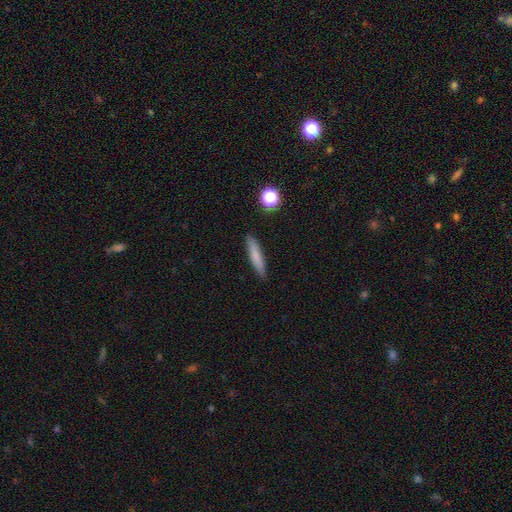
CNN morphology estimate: A smooth galaxy with no disk features (75%) that is cigar-shaped (88%).

Vote fractions:
- Smooth or featured? smooth: 75% / featured or disk: 16% / star or artifact: 8%
- How rounded? cigar-shaped: 88% / in between: 10% / round: 2%
- Merging? none: 88% / minor disturbance: 9% / major disturbance: 2% / merger: 2%